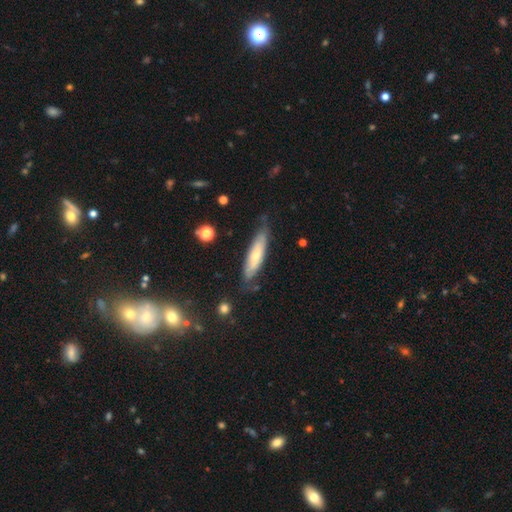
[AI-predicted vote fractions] A smooth galaxy with no disk features (48%).

Vote fractions:
- Smooth or featured? smooth: 48% / featured or disk: 46% / star or artifact: 6%
- Merging? none: 68% / minor disturbance: 24% / major disturbance: 6% / merger: 2%